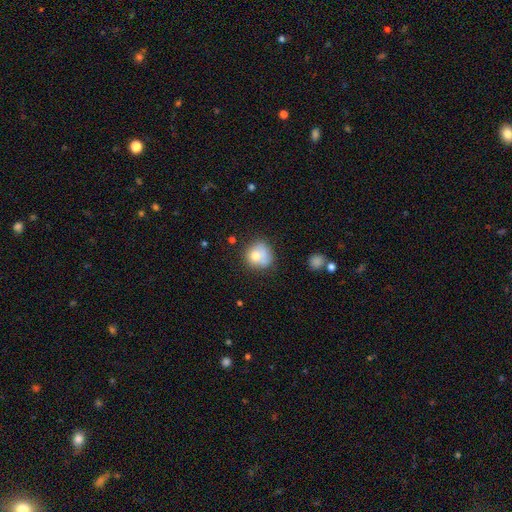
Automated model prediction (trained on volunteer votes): Smooth or featured: smooth — 73% (featured or disk — 17%)
How rounded: round — 81% (in between — 18%)
Merging: none — 51% (minor disturbance — 25%)